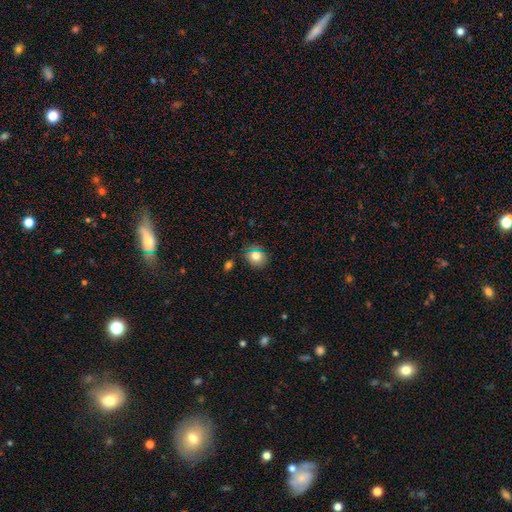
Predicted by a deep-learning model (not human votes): Smooth or featured? smooth (77%)
How rounded? round (66%)
Merging? none (79%)